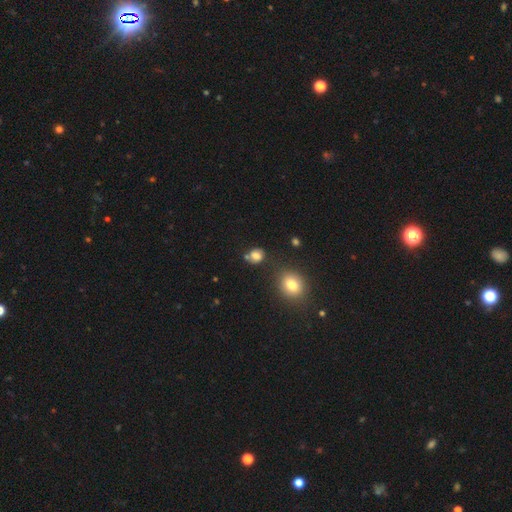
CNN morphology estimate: smooth_or_featured: smooth (p=0.77) [alt: star or artifact p=0.14]
how_rounded: round (p=0.69) [alt: in between p=0.30]
merging: none (p=0.61) [alt: minor disturbance p=0.17]